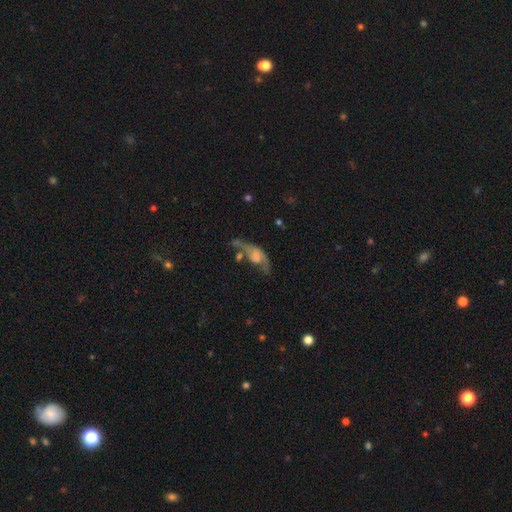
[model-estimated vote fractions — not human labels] A featured or disk galaxy (59%) with no bar (67%), spiral arms (66%) and no central bulge (39%).

Vote fractions:
- Smooth or featured? featured or disk: 59% / smooth: 32% / star or artifact: 10%
- Edge-on disk? no: 86% / yes: 14%
- Bar? no: 67% / weak: 25% / strong: 7%
- Spiral arms? yes: 66% / no: 34%
- Bulge size? none: 39% / small: 23% / moderate: 20% / large: 15% / dominant: 4%
- Merging? major disturbance: 34% / none: 27% / minor disturbance: 20% / merger: 19%